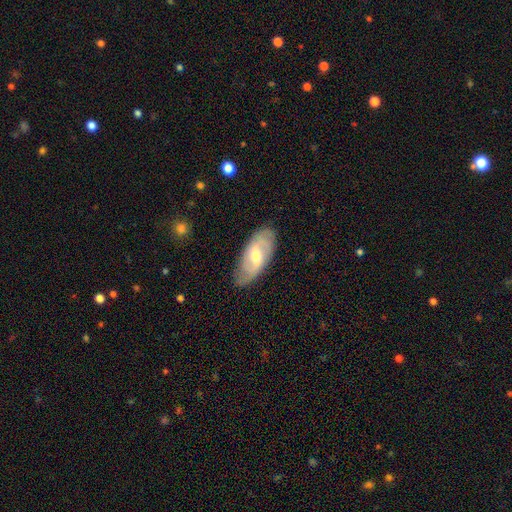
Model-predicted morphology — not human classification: This is likely a featured or disk galaxy (64%). It is clearly not viewed edge-on (89%). Bar: possibly weak (56%). Spiral arm pattern: clearly yes (81%). Central bulge: likely moderate (63%). Merging: clearly none (80%).